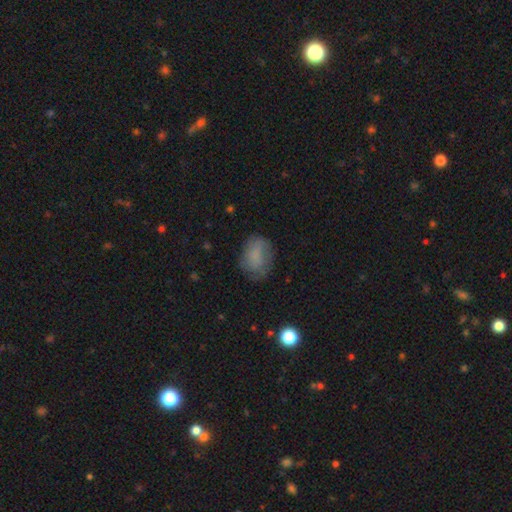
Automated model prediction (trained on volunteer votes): Morphology: type=smooth (73%); roundness=in between (68%); merging=none (63%).